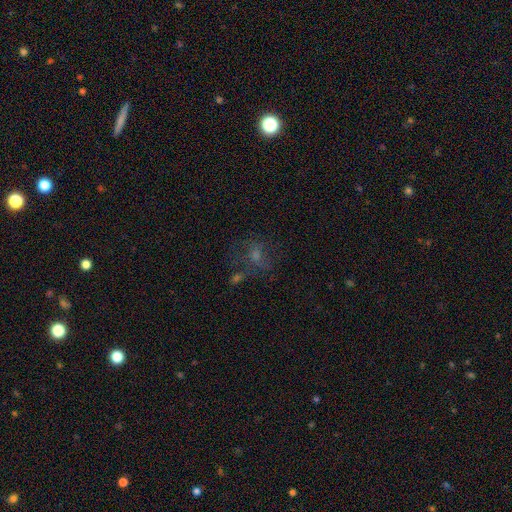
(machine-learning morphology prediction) A smooth galaxy with no disk features (43%).

Vote fractions:
- Smooth or featured? smooth: 43% / featured or disk: 31% / star or artifact: 26%
- Merging? none: 46% / major disturbance: 24% / minor disturbance: 18% / merger: 11%